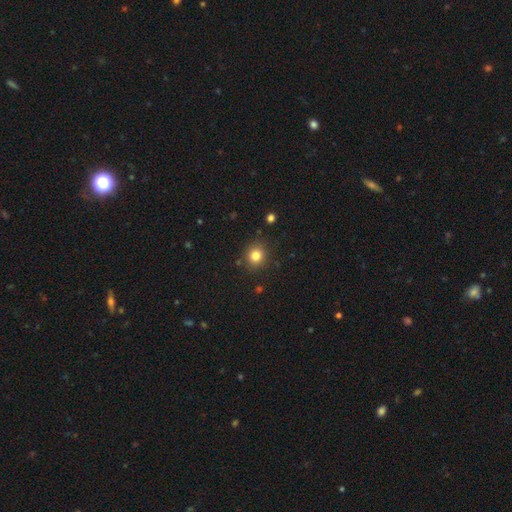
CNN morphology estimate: Smooth or featured? Predicted: smooth (p=0.82). How rounded? Predicted: round (p=0.87). Merging? Predicted: none (p=0.88).